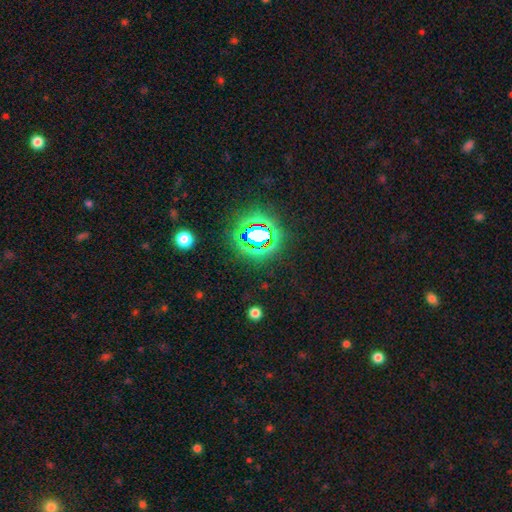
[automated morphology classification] Smooth or featured?
  - star or artifact: 82% *
  - smooth: 11%
  - featured or disk: 6%